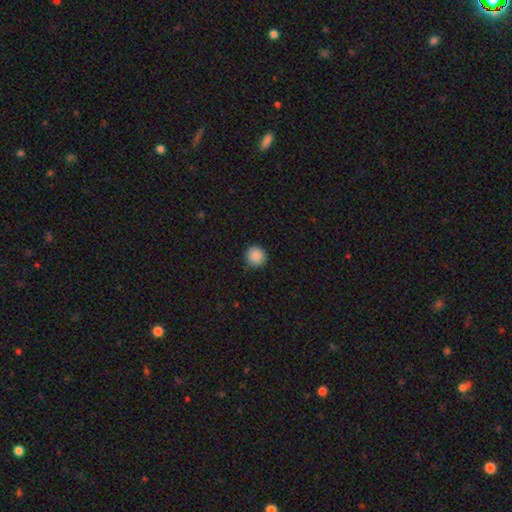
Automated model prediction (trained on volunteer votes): Smooth or featured? Predicted: smooth (p=0.88). How rounded? Predicted: round (p=0.94). Merging? Predicted: none (p=0.82).